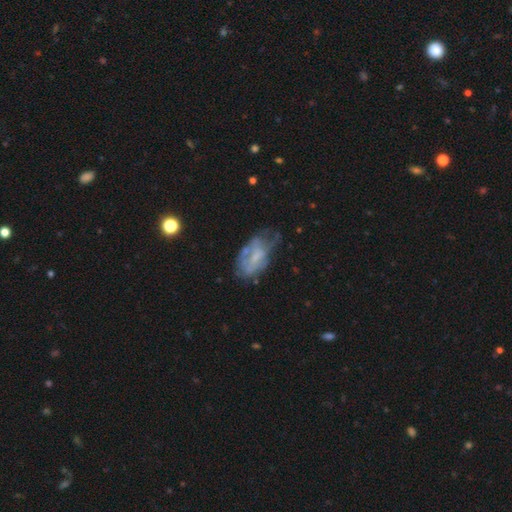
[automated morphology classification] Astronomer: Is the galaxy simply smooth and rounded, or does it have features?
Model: featured or disk — 56% (runner-up: smooth, 35%).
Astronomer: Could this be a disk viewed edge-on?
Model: no — 95%.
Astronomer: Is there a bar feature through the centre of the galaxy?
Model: no — 62%.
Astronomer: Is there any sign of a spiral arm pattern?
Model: no — 63%.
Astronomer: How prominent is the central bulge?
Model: small — 40% (runner-up: none, 32%).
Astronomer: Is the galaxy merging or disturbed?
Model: none — 36% (runner-up: minor disturbance, 32%).